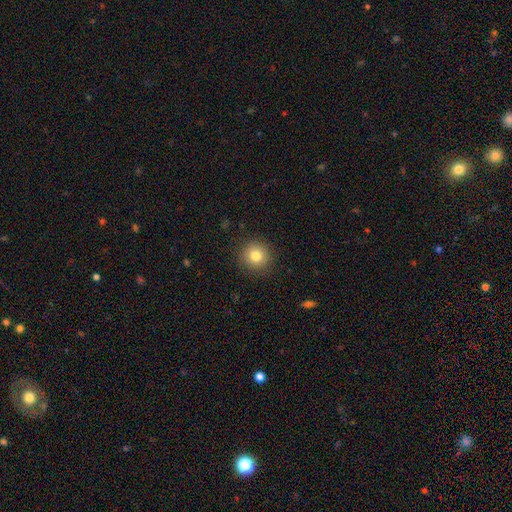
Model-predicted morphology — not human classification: Smooth or featured: smooth — 80% (star or artifact — 11%)
How rounded: round — 93% (in between — 6%)
Merging: none — 90% (minor disturbance — 6%)